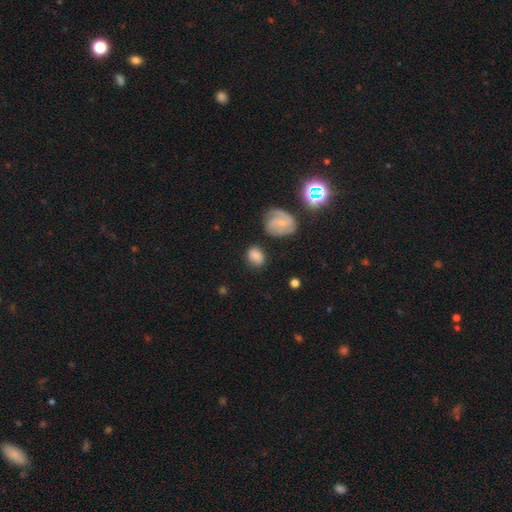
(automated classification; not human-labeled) smooth-or-featured: smooth: 67% | featured or disk: 24% | star or artifact: 9%
  how-rounded: in between: 56% | round: 42% | cigar-shaped: 1%
  merging: none: 68% | minor disturbance: 19% | major disturbance: 7% | merger: 5%